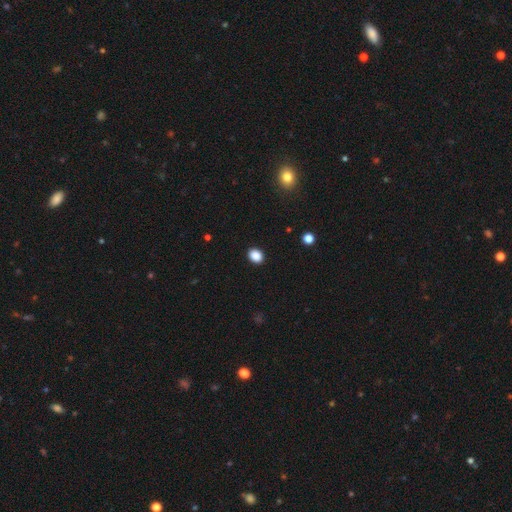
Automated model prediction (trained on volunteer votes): A smooth galaxy with no disk features (88%) that is in between round and cigar-shaped (56%). Merging: none (90%).